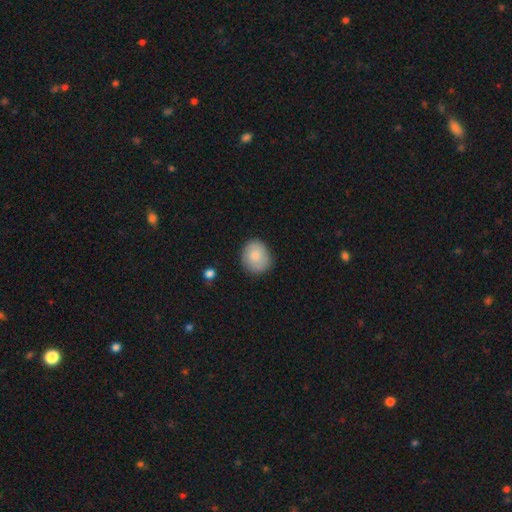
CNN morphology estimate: This appears to be a smooth galaxy with no disk features (77%) that is round (68%). Merging: none (82%).